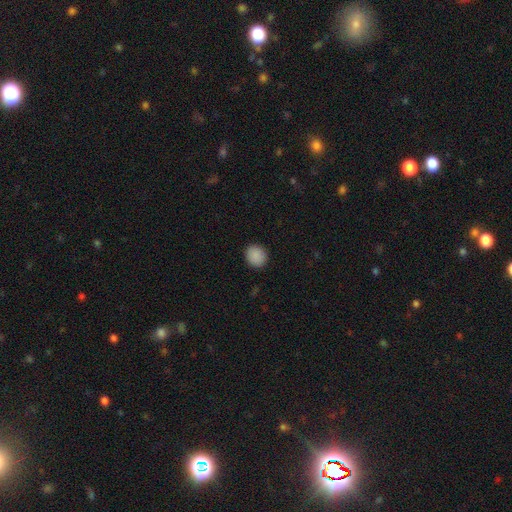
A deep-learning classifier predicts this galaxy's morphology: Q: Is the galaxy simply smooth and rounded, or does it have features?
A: smooth — 89%.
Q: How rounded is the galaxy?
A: round — 77%.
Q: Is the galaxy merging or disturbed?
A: none — 91%.